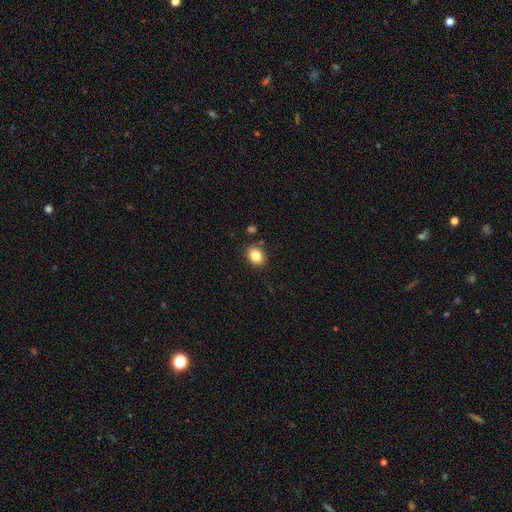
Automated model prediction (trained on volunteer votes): smooth_or_featured: smooth (p=0.84) [alt: star or artifact p=0.09]
how_rounded: in between (p=0.52) [alt: round p=0.47]
merging: none (p=0.85) [alt: minor disturbance p=0.09]